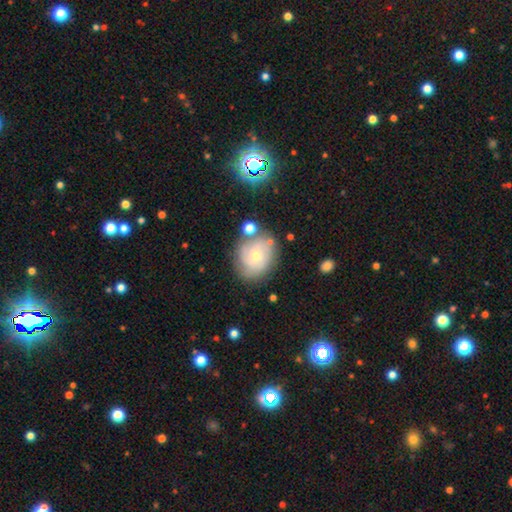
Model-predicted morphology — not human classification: Smooth or featured: featured or disk — 55% (smooth — 35%)
Edge-on disk: no — 97% (yes — 3%)
Bar: no — 82% (weak — 15%)
Spiral arms: yes — 74% (no — 26%)
Bulge size: small — 62% (moderate — 35%)
Merging: none — 68% (minor disturbance — 18%)